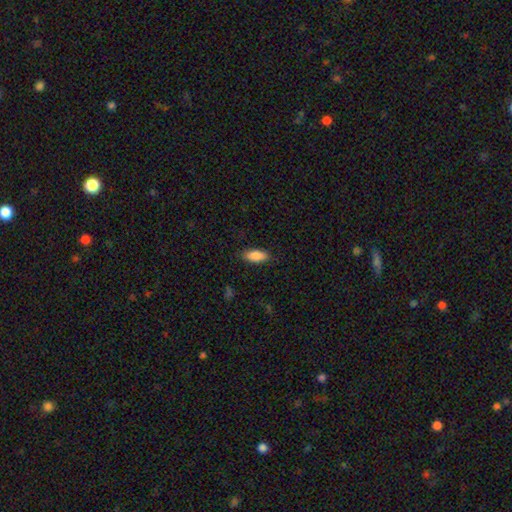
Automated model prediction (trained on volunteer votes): smooth_or_featured: smooth (p=0.87) [alt: featured or disk p=0.07]
how_rounded: in between (p=0.82) [alt: cigar-shaped p=0.16]
merging: none (p=0.86) [alt: minor disturbance p=0.10]